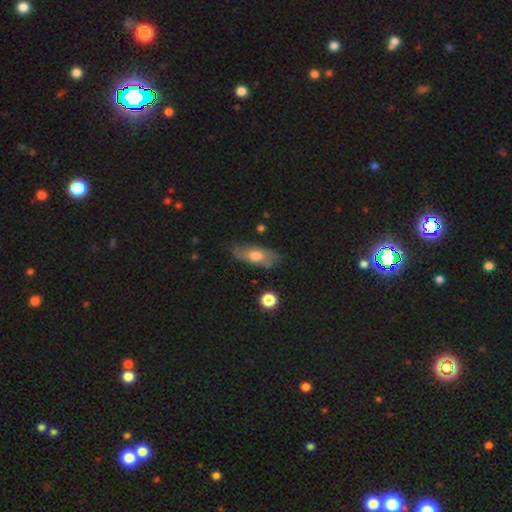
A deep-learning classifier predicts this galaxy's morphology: The model was most divided on "smooth or featured": smooth: 52%, featured or disk: 41%, star or artifact: 7%. More confident: how rounded — in between (79%); merging — none (70%).